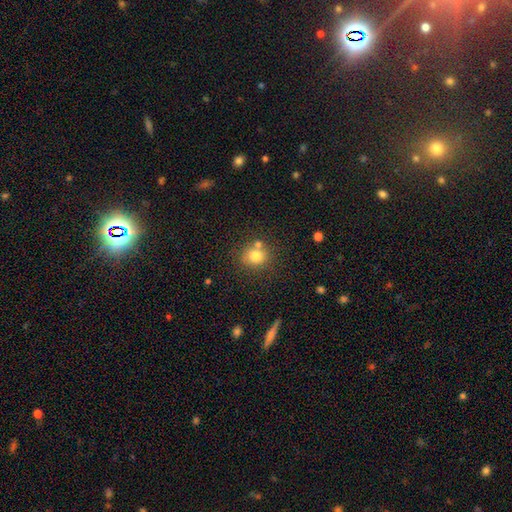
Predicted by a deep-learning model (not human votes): smooth 77%, star or artifact 12%, featured or disk 10%. Down the decision tree: how rounded — round (83%); merging — none (66%).